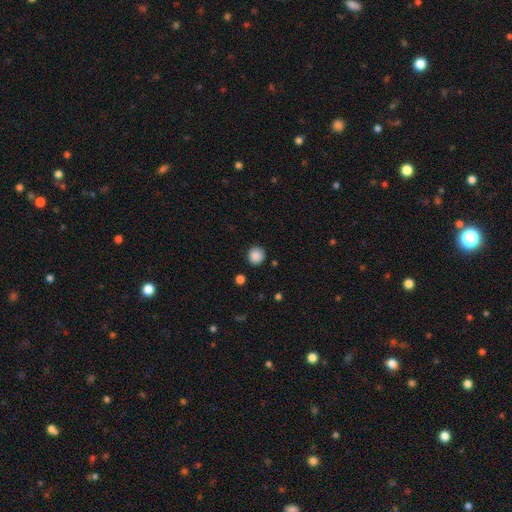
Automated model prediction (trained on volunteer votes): Smooth or featured?
  - smooth: 87% *
  - star or artifact: 9%
  - featured or disk: 3%
How rounded?
  - round: 91% *
  - in between: 8%
  - cigar-shaped: 1%
Merging?
  - none: 88% *
  - minor disturbance: 8%
  - major disturbance: 2%
  - merger: 2%